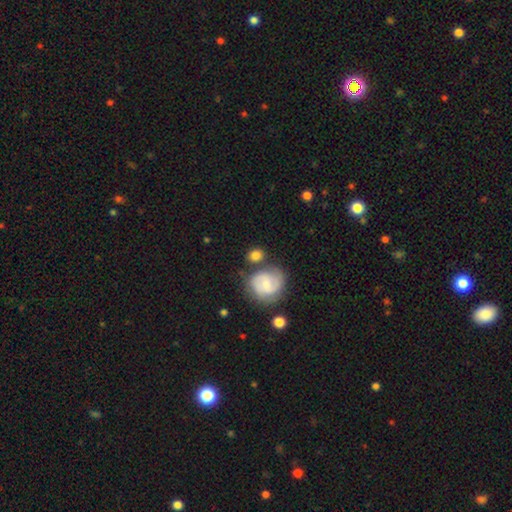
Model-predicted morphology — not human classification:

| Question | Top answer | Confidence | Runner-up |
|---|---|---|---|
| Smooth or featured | smooth | 65% | featured or disk (28%) |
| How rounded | round | 73% | in between (25%) |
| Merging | none | 62% | minor disturbance (17%) |